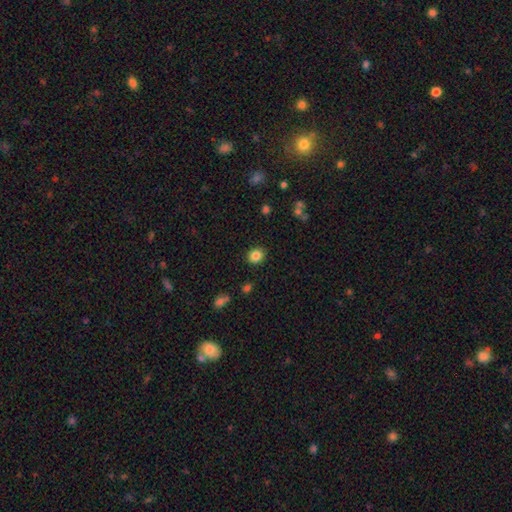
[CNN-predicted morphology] type=smooth (84%); roundness=round (74%); merging=none (89%).